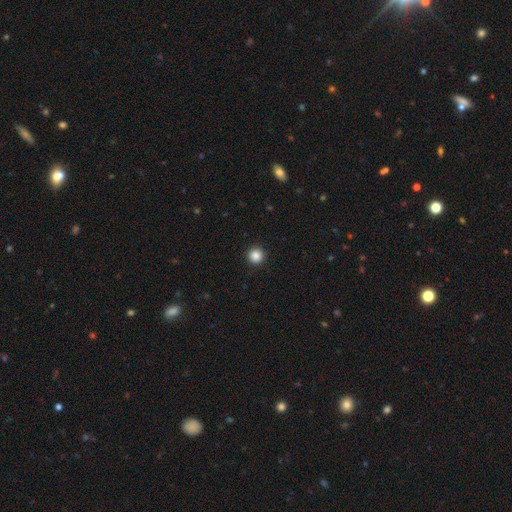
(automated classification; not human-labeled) Morphology: type=smooth (86%); roundness=round (96%); merging=none (93%).